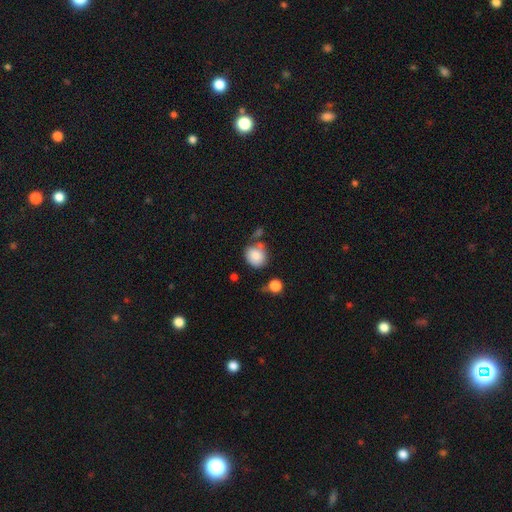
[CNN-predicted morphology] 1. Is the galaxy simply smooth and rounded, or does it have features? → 85% smooth, 8% star or artifact, 7% featured or disk.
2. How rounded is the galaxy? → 75% round, 24% in between, 1% cigar-shaped.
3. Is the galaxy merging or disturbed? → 57% none, 21% minor disturbance, 15% merger, 7% major disturbance.